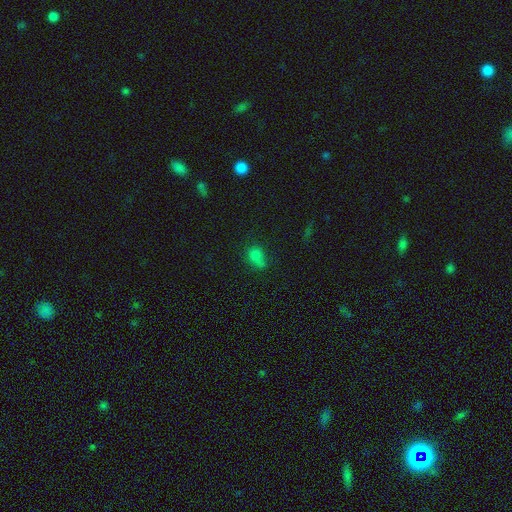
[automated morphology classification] This is likely a smooth galaxy (72%). How rounded: possibly in between (53%). Merging: possibly none (47%).